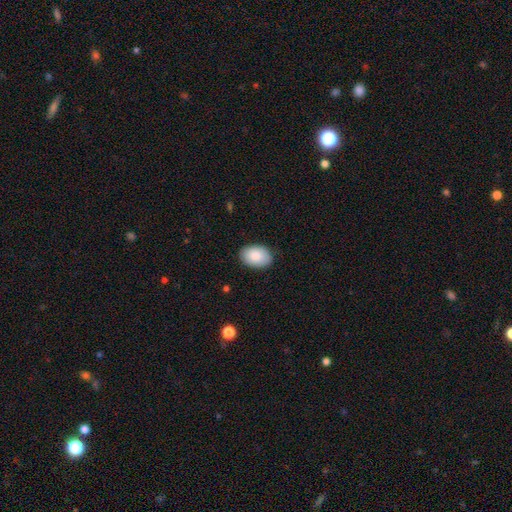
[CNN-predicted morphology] Smooth or featured? smooth (87%)
How rounded? in between (87%)
Merging? none (87%)